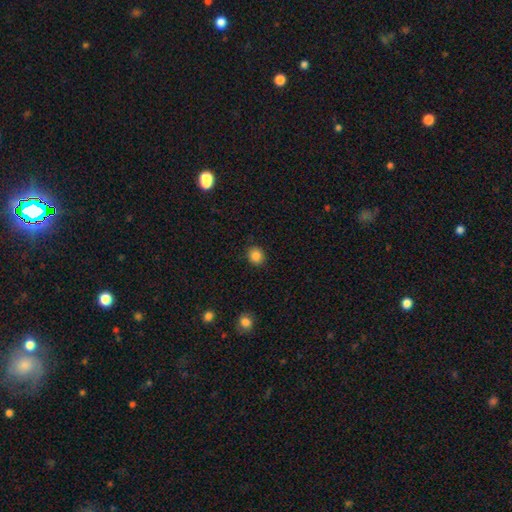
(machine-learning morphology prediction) Smooth or featured: smooth — 85% (star or artifact — 11%)
How rounded: round — 79% (in between — 20%)
Merging: none — 90% (minor disturbance — 7%)